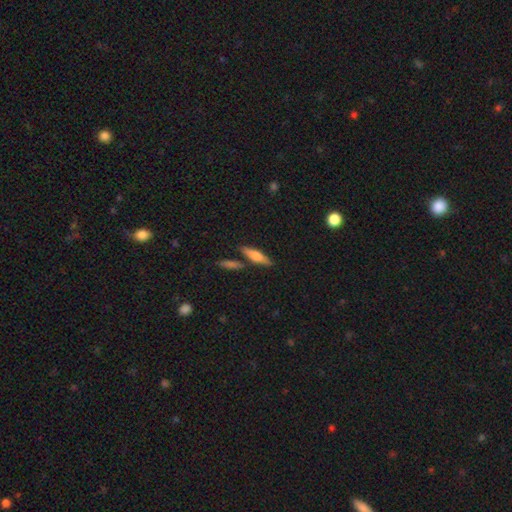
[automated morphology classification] Smooth or featured? smooth (55%)
How rounded? cigar-shaped (65%)
Merging? none (78%)